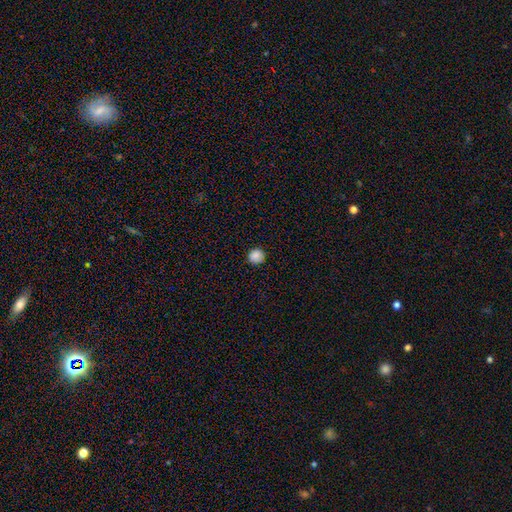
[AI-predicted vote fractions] This appears to be a smooth galaxy with no disk features (86%) that is round (93%). Merging: none (90%).